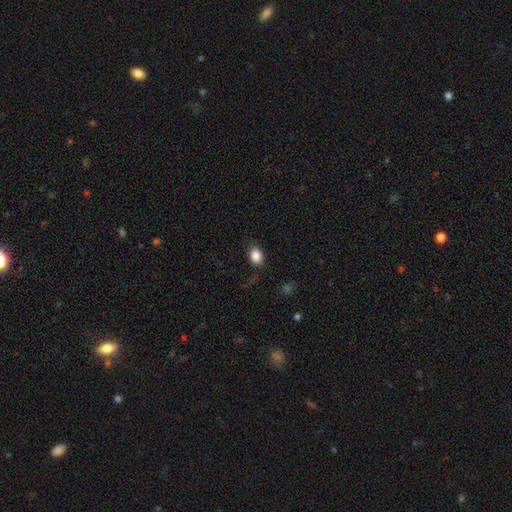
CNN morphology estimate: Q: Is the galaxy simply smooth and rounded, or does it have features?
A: smooth — 86%.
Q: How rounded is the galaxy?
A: in between — 73%.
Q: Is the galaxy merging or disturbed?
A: none — 81%.